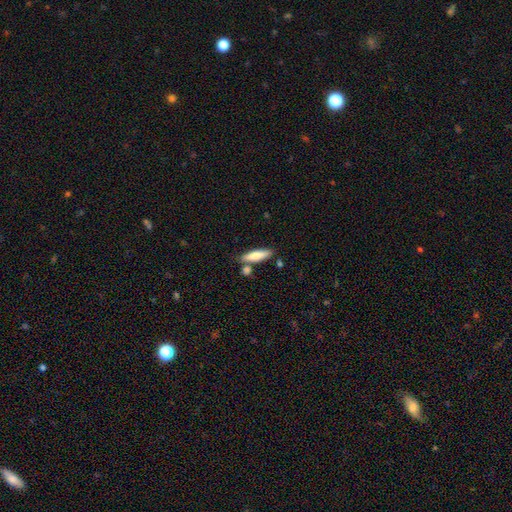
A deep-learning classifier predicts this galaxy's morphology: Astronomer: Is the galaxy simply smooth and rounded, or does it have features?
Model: smooth — 76%.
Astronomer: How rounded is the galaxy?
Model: cigar-shaped — 68%.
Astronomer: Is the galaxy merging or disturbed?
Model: none — 71%.